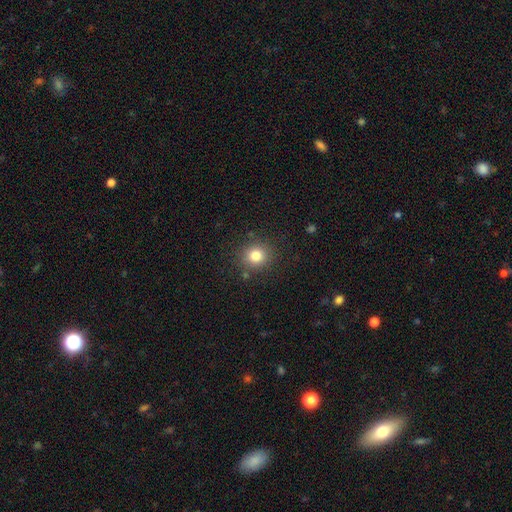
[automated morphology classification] smooth_or_featured: smooth (p=0.80) [alt: star or artifact p=0.13]
how_rounded: round (p=0.86) [alt: in between p=0.13]
merging: none (p=0.86) [alt: minor disturbance p=0.09]